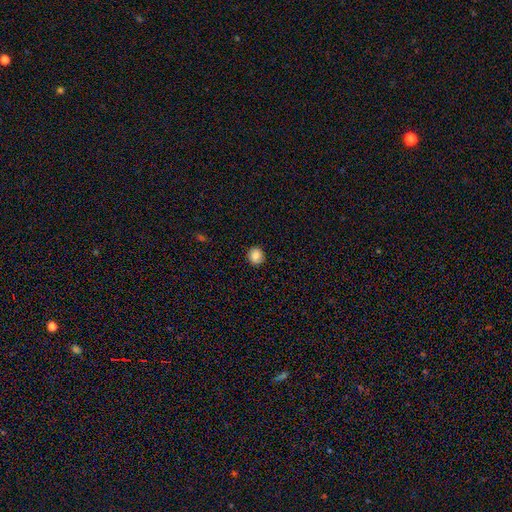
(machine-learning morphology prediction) Smooth or featured? Predicted: smooth (p=0.86). How rounded? Predicted: round (p=0.88). Merging? Predicted: none (p=0.91).